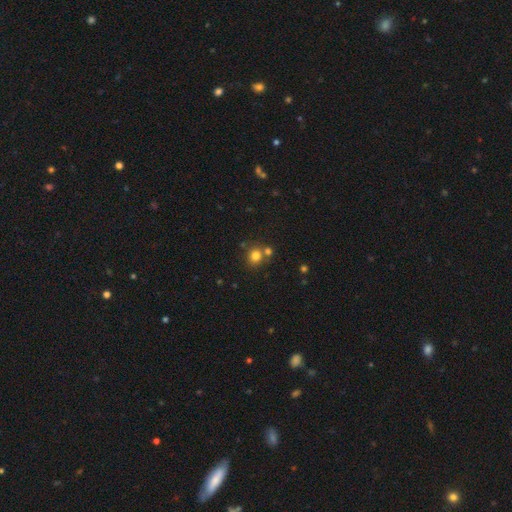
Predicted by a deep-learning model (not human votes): This appears to be a smooth galaxy with no disk features (79%) that is round (84%). Merging: none (63%).